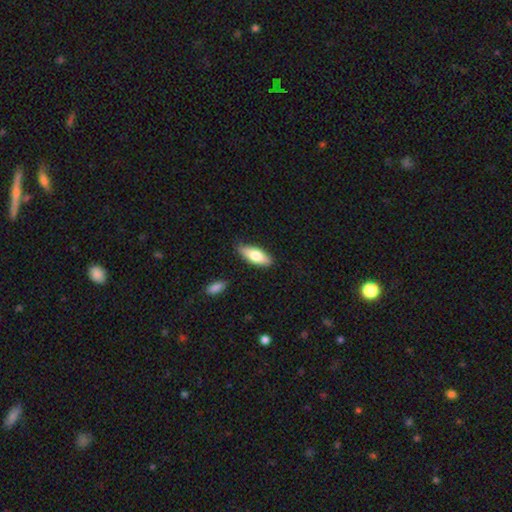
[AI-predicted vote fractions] A smooth galaxy with no disk features (75%) that is in between round and cigar-shaped (75%).

Vote fractions:
- Smooth or featured? smooth: 75% / featured or disk: 19% / star or artifact: 6%
- How rounded? in between: 75% / cigar-shaped: 22% / round: 2%
- Merging? none: 82% / minor disturbance: 13% / major disturbance: 2% / merger: 2%